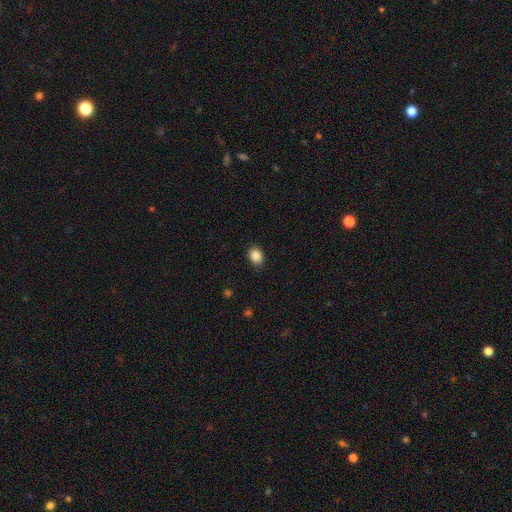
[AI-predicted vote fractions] Overall: smooth (87%). How rounded: in between (56%; round 43%). Merging: none (86%).